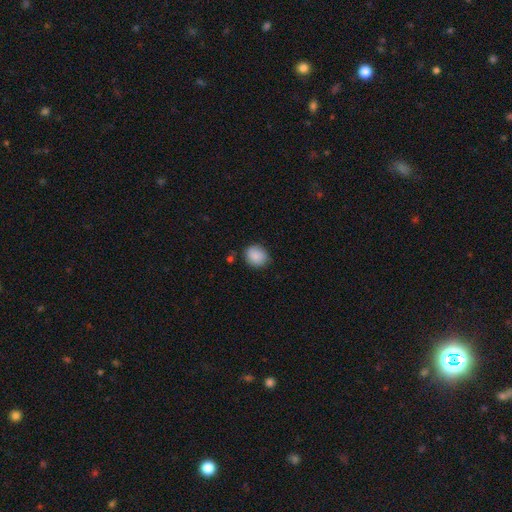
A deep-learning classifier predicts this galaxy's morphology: Overall: smooth (88%). How rounded: round (73%). Merging: none (82%).